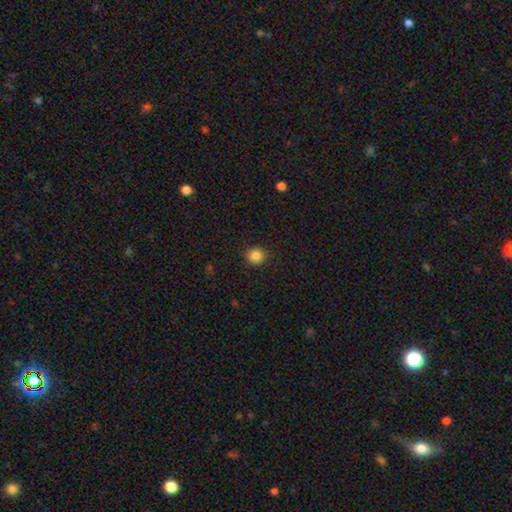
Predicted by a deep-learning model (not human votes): Smooth or featured?
  - smooth: 86% *
  - star or artifact: 10%
  - featured or disk: 3%
How rounded?
  - round: 91% *
  - in between: 8%
  - cigar-shaped: 1%
Merging?
  - none: 90% *
  - minor disturbance: 7%
  - major disturbance: 2%
  - merger: 1%